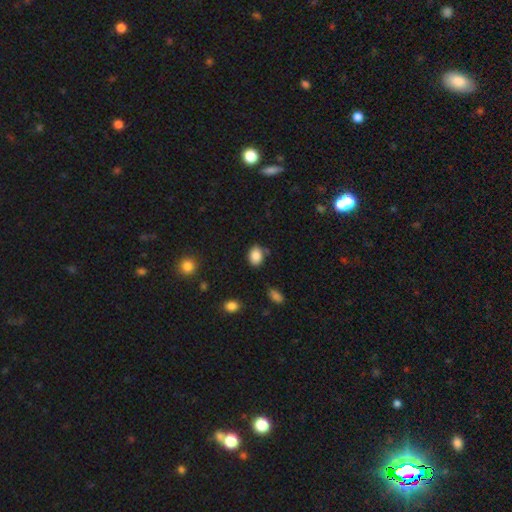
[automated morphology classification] Smooth or featured?
  - smooth: 86% *
  - star or artifact: 9%
  - featured or disk: 5%
How rounded?
  - in between: 68% *
  - round: 31%
  - cigar-shaped: 1%
Merging?
  - none: 78% *
  - minor disturbance: 14%
  - merger: 5%
  - major disturbance: 3%